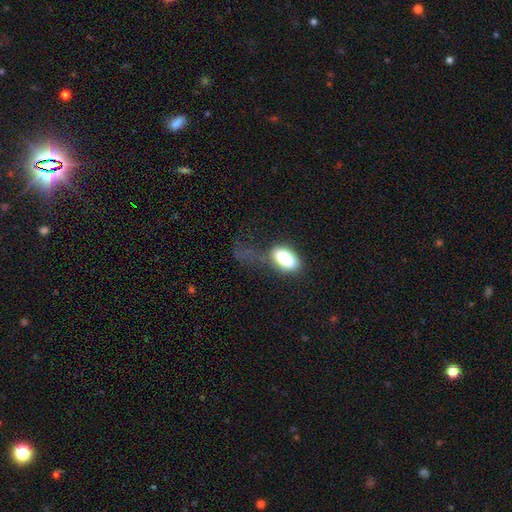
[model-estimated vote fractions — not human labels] A smooth galaxy with no disk features (51%) that is in between round and cigar-shaped (61%).

Vote fractions:
- Smooth or featured? smooth: 51% / star or artifact: 29% / featured or disk: 19%
- How rounded? in between: 61% / round: 32% / cigar-shaped: 7%
- Merging? none: 37% / major disturbance: 31% / minor disturbance: 19% / merger: 12%